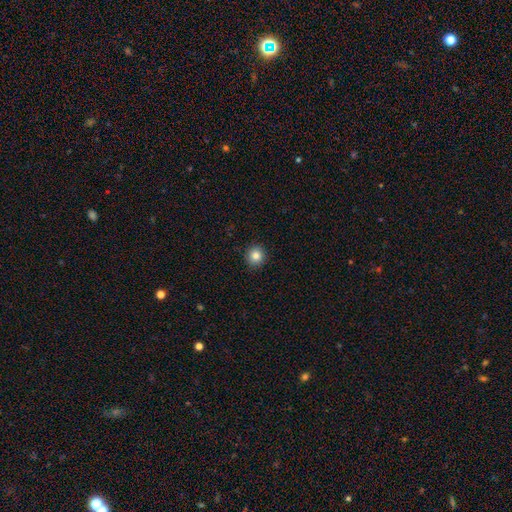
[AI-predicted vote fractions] Smooth or featured? Predicted: smooth (p=0.84). How rounded? Predicted: round (p=0.91). Merging? Predicted: none (p=0.92).